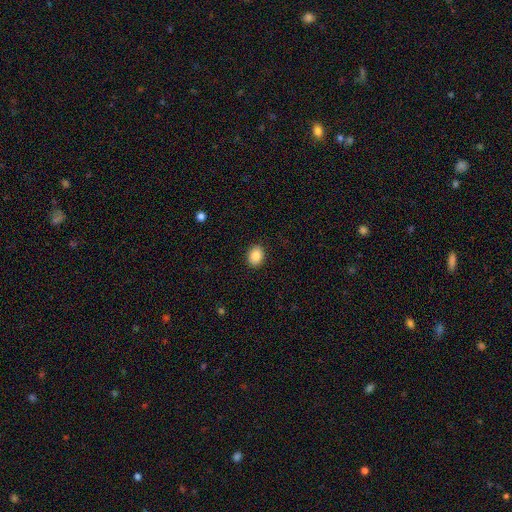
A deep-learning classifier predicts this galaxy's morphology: smooth_or_featured: smooth (p=0.88) [alt: star or artifact p=0.08]
how_rounded: in between (p=0.55) [alt: round p=0.45]
merging: none (p=0.90) [alt: minor disturbance p=0.07]